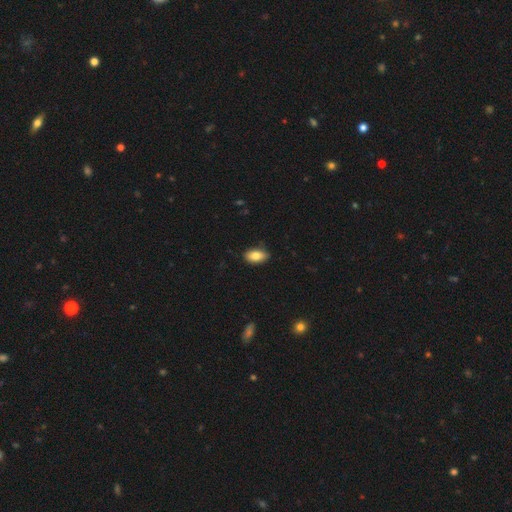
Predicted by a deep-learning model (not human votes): The model was most divided on "smooth or featured": smooth: 82%, featured or disk: 11%, star or artifact: 7%. More confident: how rounded — in between (92%); merging — none (84%).